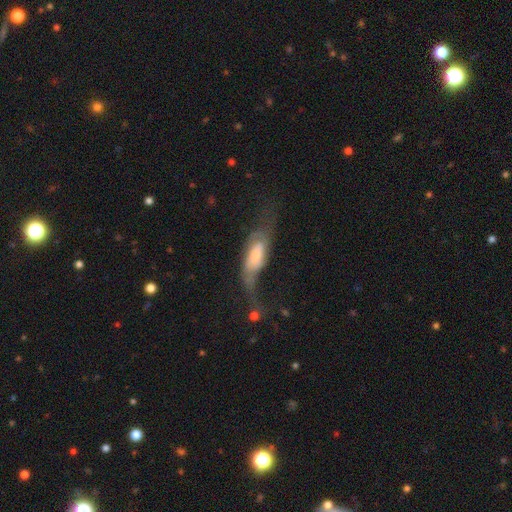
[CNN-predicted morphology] type=featured or disk (51%); edge-on=no (83%); merging=major disturbance (47%).